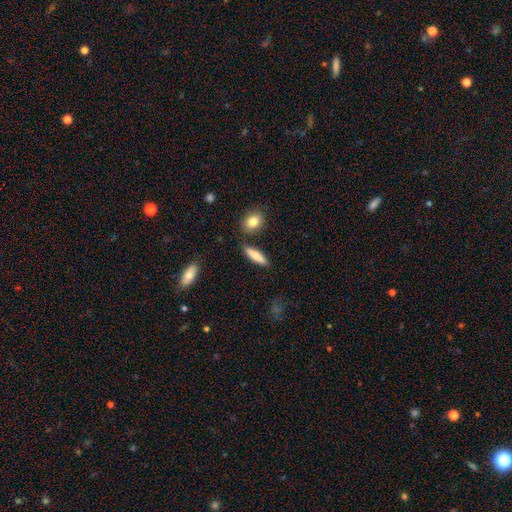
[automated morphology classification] Overall: smooth (77%). How rounded: cigar-shaped (71%). Merging: none (83%).